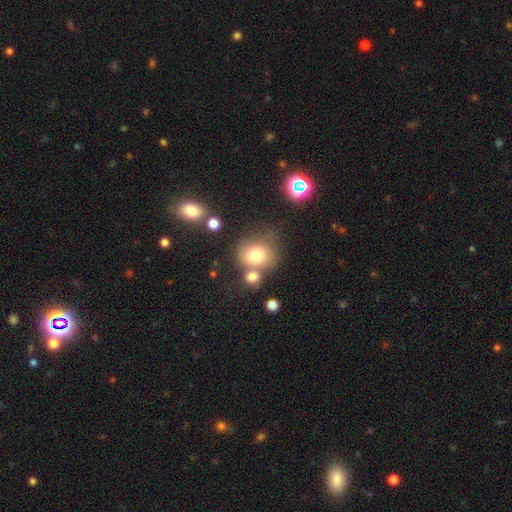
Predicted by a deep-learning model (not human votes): This appears to be a smooth galaxy with no disk features (74%) that is round (74%). Merging: none (49%).